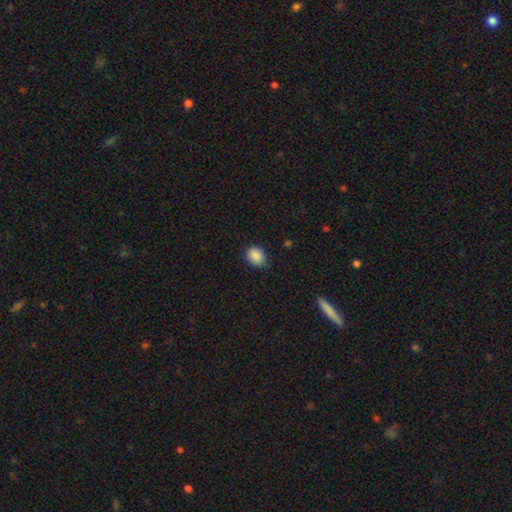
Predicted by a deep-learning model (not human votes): The model was most divided on "how rounded": in between: 56%, round: 43%, cigar-shaped: 1%. More confident: smooth or featured — smooth (89%); merging — none (84%).